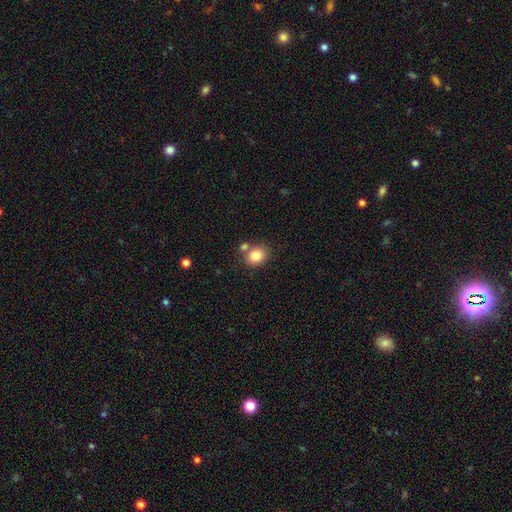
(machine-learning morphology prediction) Smooth or featured?
  - smooth: 83% *
  - star or artifact: 10%
  - featured or disk: 7%
How rounded?
  - round: 53% *
  - in between: 46%
  - cigar-shaped: 1%
Merging?
  - none: 65% *
  - merger: 20%
  - minor disturbance: 11%
  - major disturbance: 3%